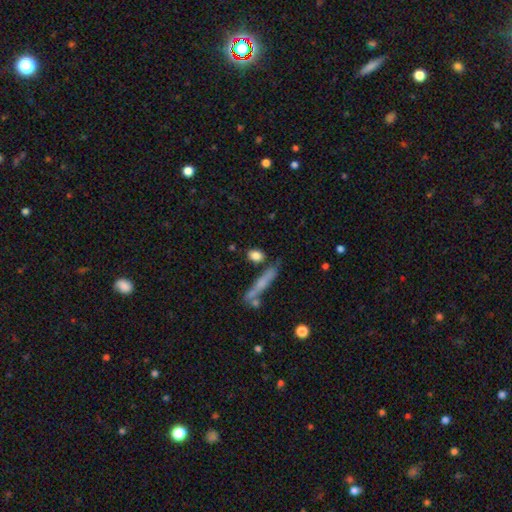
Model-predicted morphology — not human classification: Smooth or featured?
  - smooth: 82% *
  - featured or disk: 11%
  - star or artifact: 8%
How rounded?
  - in between: 62% *
  - round: 19%
  - cigar-shaped: 18%
Merging?
  - none: 69% *
  - minor disturbance: 15%
  - merger: 11%
  - major disturbance: 5%